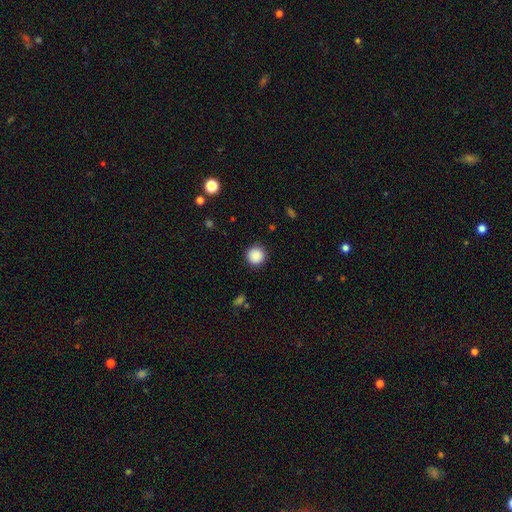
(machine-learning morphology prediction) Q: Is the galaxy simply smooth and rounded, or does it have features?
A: smooth — 88%.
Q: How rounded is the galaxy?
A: round — 95%.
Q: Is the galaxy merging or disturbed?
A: none — 90%.